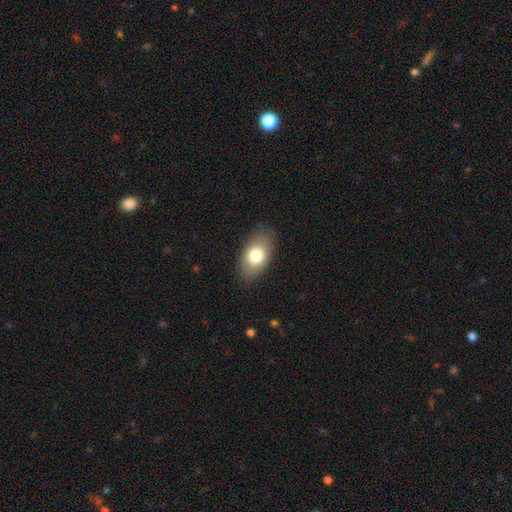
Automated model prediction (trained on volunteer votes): Q: Smooth or featured?
A: smooth (77%); runner-up: featured or disk (16%)
Q: How rounded?
A: in between (90%); runner-up: round (7%)
Q: Merging?
A: none (83%); runner-up: minor disturbance (13%)